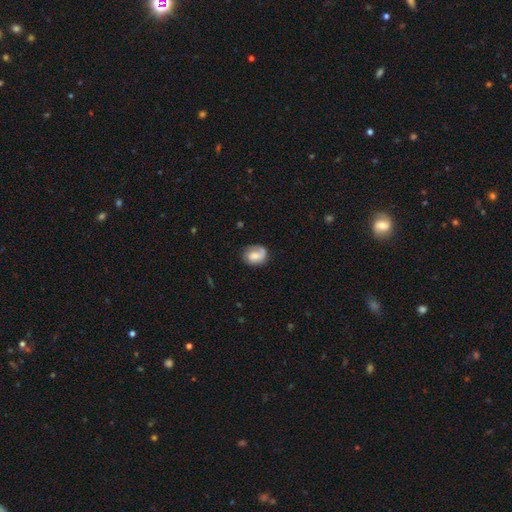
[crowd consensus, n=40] Smooth or featured: featured or disk — 50% (smooth — 45%)
Edge-on disk: no — 100%
Bar: no — 70% (weak — 25%)
Spiral arms: yes — 100%
Spiral winding: loose — 45% (medium — 30%)
Spiral arm count: 1 — 80% (2 — 20%)
Bulge size: moderate — 45% (small — 30%)
Merging: none — 55% (minor disturbance — 26%)